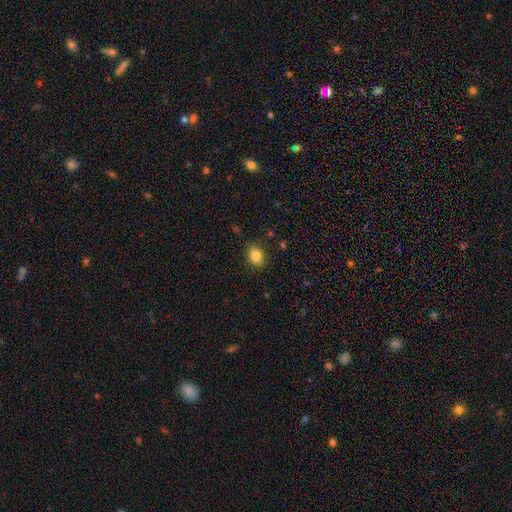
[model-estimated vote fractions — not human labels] Morphology: type=smooth (85%); roundness=in between (65%); merging=none (85%).